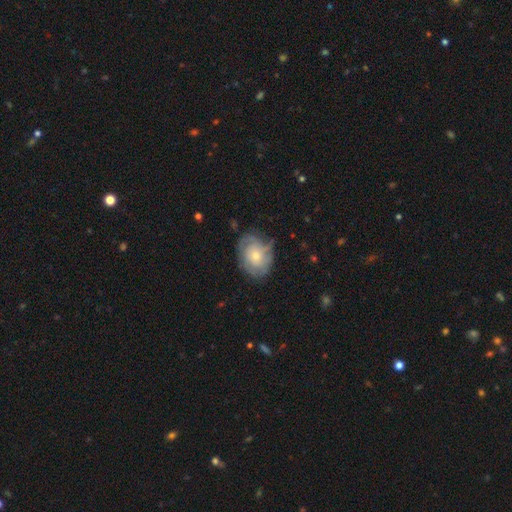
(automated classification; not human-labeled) Q: Smooth or featured?
A: featured or disk (49%); runner-up: smooth (44%)
Q: Merging?
A: none (61%); runner-up: minor disturbance (27%)